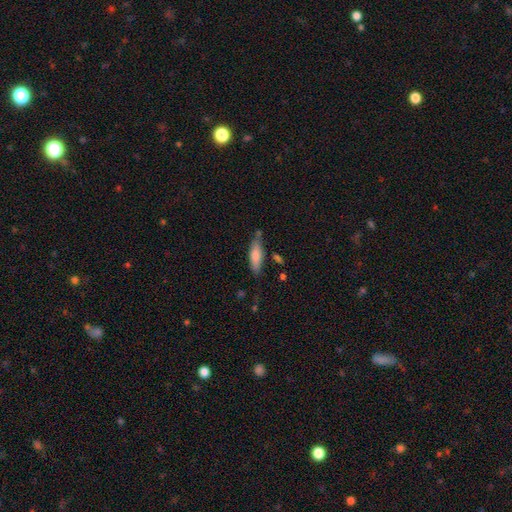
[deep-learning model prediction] This appears to be a smooth galaxy with no disk features (77%) that is cigar-shaped (51%). Merging: none (64%).